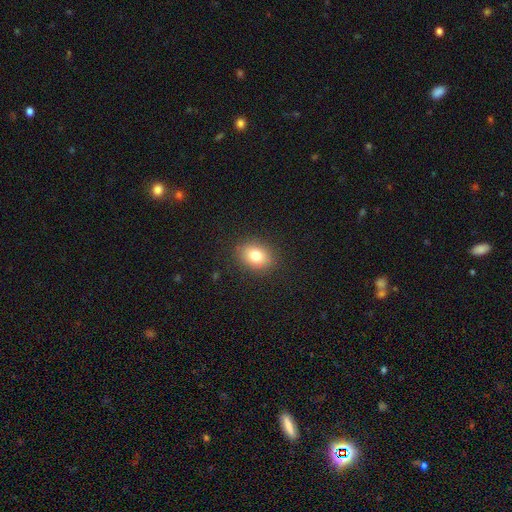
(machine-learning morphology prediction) Overall: smooth (79%). How rounded: in between (57%; round 42%). Merging: none (86%).